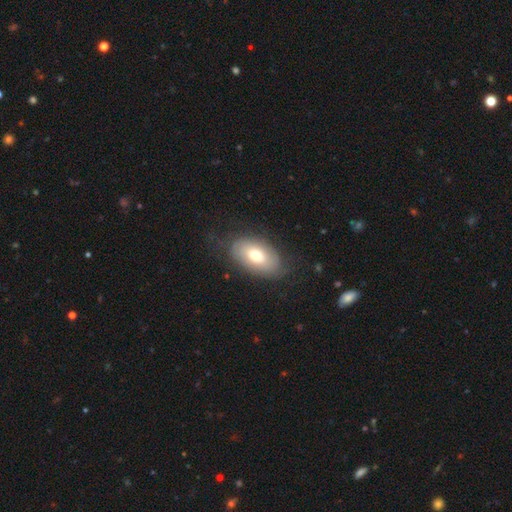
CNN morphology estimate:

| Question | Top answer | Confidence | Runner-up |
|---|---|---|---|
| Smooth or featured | smooth | 62% | featured or disk (31%) |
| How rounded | in between | 93% | round (5%) |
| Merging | none | 73% | minor disturbance (18%) |